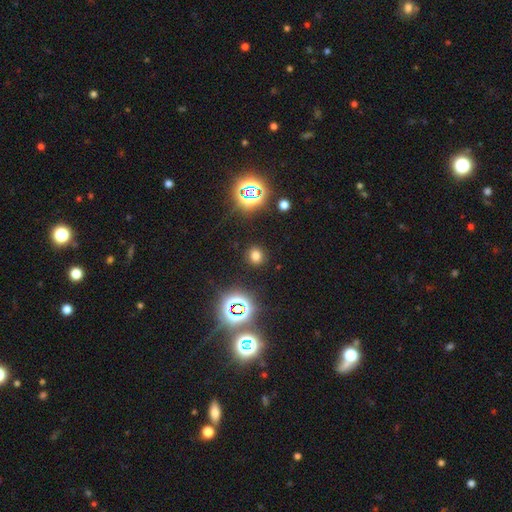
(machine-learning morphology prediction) The model was most divided on "smooth or featured": smooth: 67%, star or artifact: 27%, featured or disk: 6%. More confident: merging — none (89%); how rounded — round (81%).